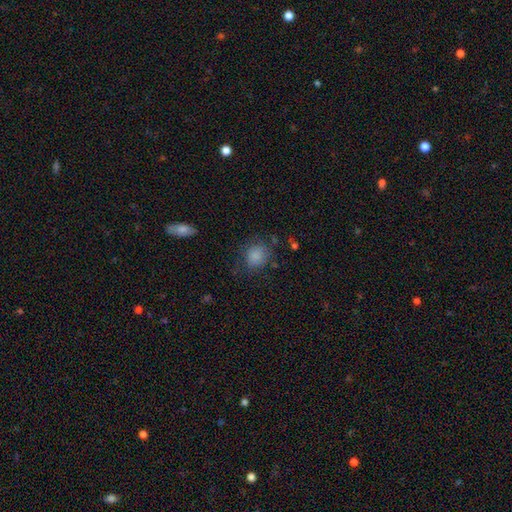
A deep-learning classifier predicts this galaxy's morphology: This appears to be a smooth galaxy with no disk features (84%) that is round (79%). Merging: none (73%).